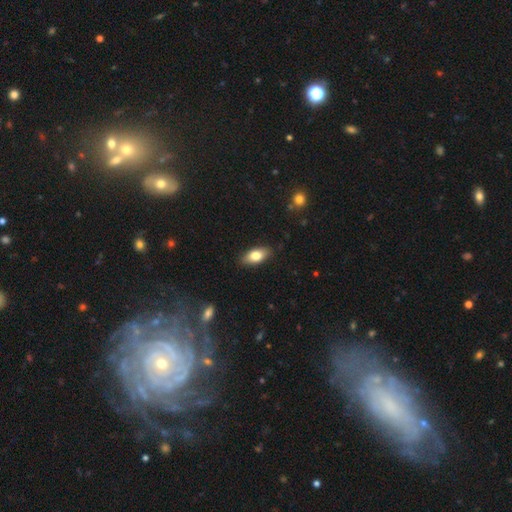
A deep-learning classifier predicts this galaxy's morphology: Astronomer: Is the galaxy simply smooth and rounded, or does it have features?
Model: smooth — 78%.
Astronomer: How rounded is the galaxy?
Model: in between — 88%.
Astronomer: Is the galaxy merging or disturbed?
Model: none — 87%.